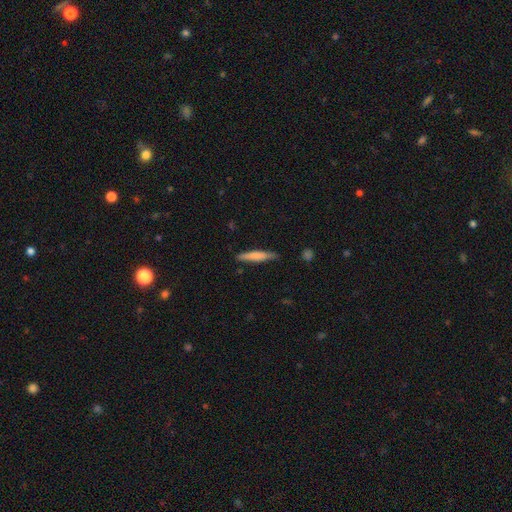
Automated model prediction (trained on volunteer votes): Smooth or featured? smooth (65%)
How rounded? cigar-shaped (92%)
Merging? none (83%)